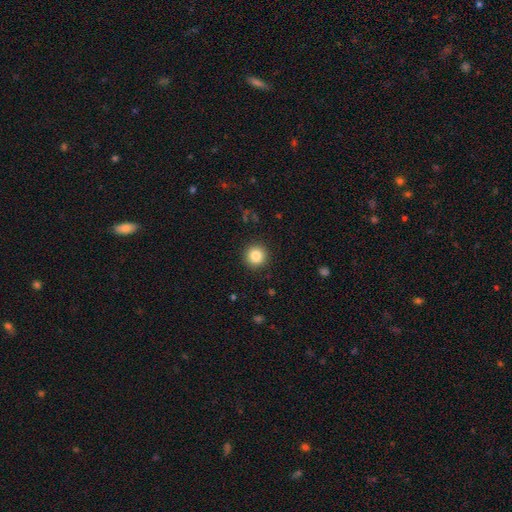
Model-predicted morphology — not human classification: This is clearly a smooth galaxy (84%). How rounded: clearly round (95%). Merging: clearly none (92%).